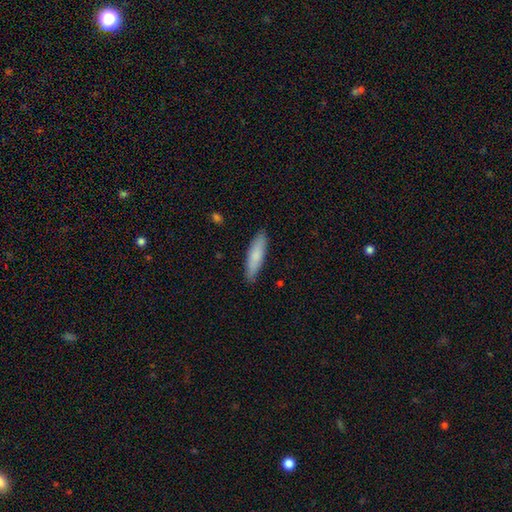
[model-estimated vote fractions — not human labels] Q: Smooth or featured?
A: smooth (81%); runner-up: featured or disk (13%)
Q: How rounded?
A: cigar-shaped (68%); runner-up: in between (30%)
Q: Merging?
A: none (88%); runner-up: minor disturbance (10%)